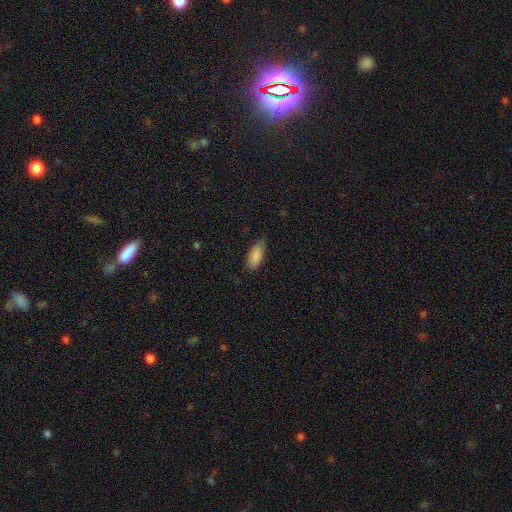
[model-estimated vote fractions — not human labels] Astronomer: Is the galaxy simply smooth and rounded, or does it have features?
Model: smooth — 88%.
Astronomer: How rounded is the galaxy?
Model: in between — 86%.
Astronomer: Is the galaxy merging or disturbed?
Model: none — 79%.